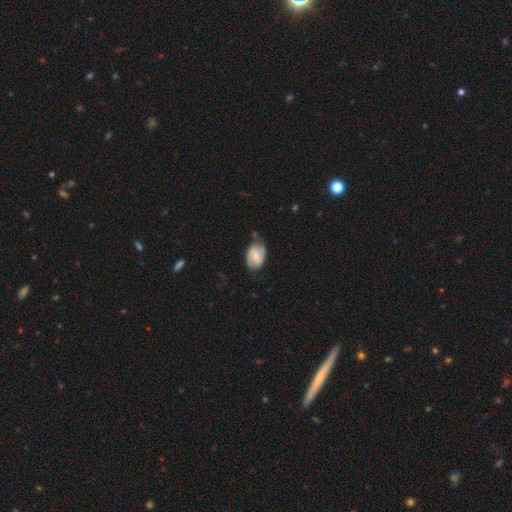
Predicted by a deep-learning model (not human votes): A featured or disk galaxy (58%) with a weak bar (51%), spiral arms (86%) and a small central bulge (50%). Merging: none (67%).